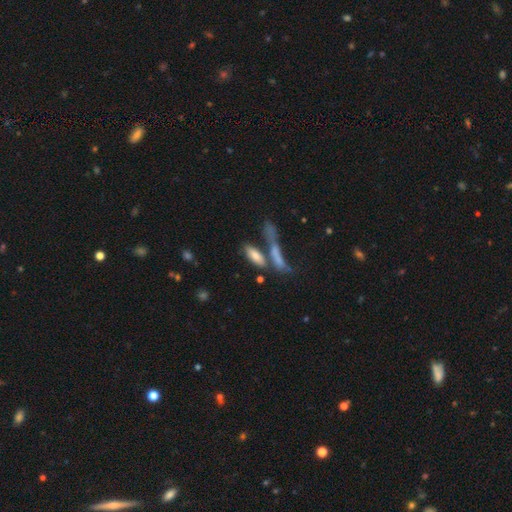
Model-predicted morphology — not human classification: smooth 70%, featured or disk 21%, star or artifact 9%. Down the decision tree: how rounded — in between (53%); merging — merger (41%).